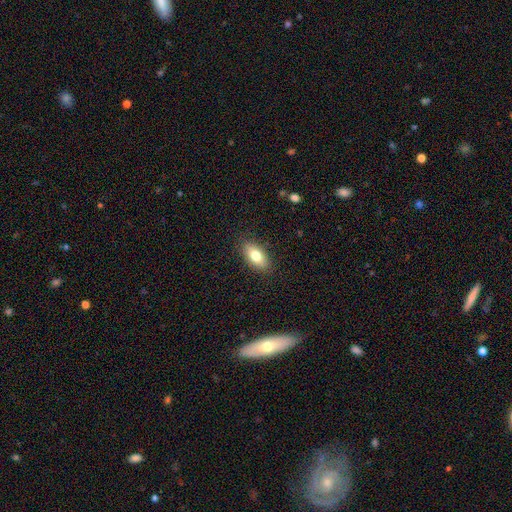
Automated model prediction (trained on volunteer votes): This is likely a smooth galaxy (79%). How rounded: clearly in between (89%). Merging: clearly none (87%).